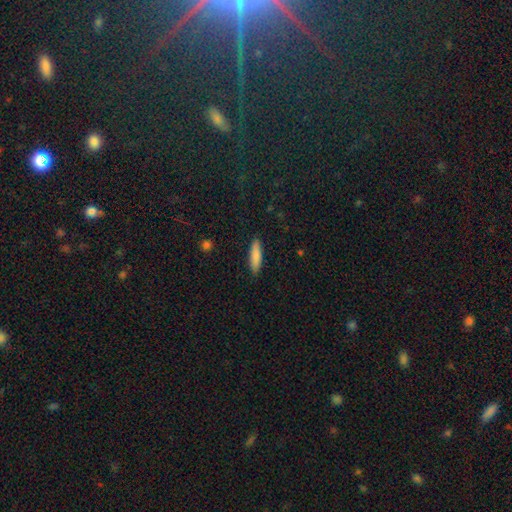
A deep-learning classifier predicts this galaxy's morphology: Smooth or featured: smooth — 84% (featured or disk — 10%)
How rounded: cigar-shaped — 68% (in between — 31%)
Merging: none — 89% (minor disturbance — 9%)